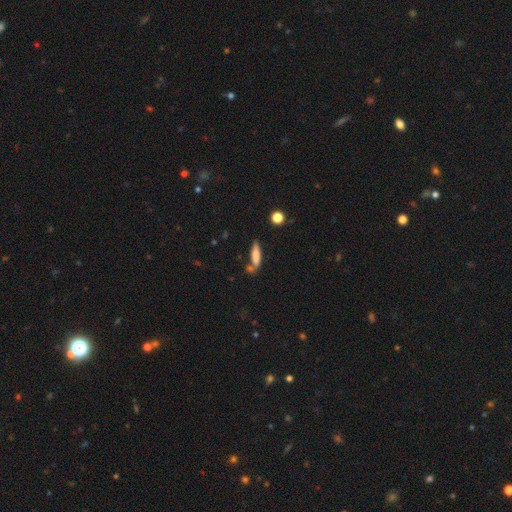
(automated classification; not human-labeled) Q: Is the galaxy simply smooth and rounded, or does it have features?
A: smooth — 74%.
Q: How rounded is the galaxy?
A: cigar-shaped — 69%.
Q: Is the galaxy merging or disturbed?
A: none — 60%.